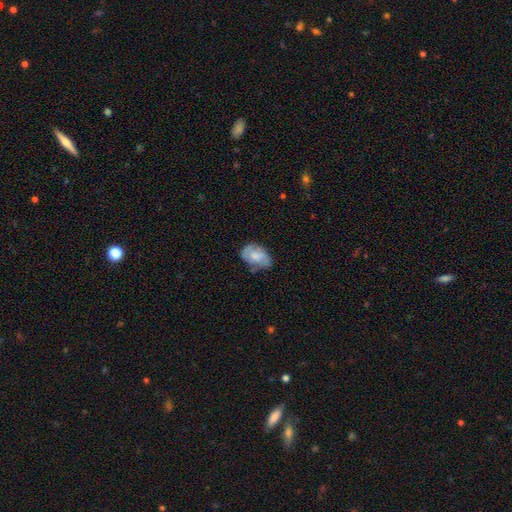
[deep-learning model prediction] Morphology: type=smooth (58%); roundness=in between (86%); merging=none (58%).